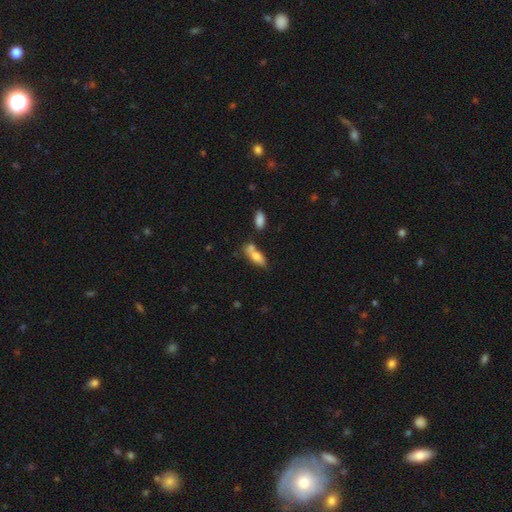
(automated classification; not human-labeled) Smooth or featured? smooth (77%)
How rounded? in between (78%)
Merging? none (41%)